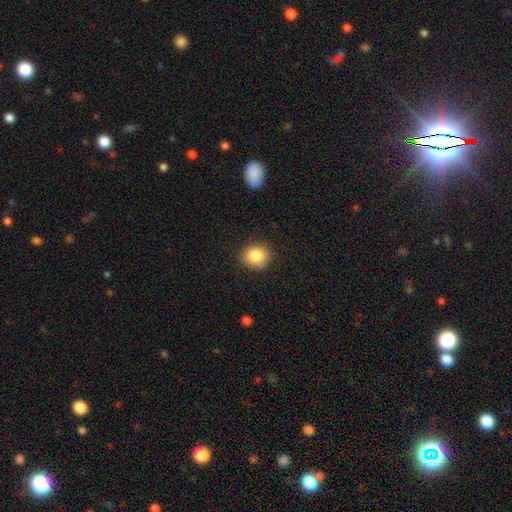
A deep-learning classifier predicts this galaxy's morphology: Smooth or featured?
  - smooth: 84% *
  - star or artifact: 10%
  - featured or disk: 7%
How rounded?
  - round: 76% *
  - in between: 23%
  - cigar-shaped: 1%
Merging?
  - none: 81% *
  - minor disturbance: 14%
  - major disturbance: 3%
  - merger: 2%